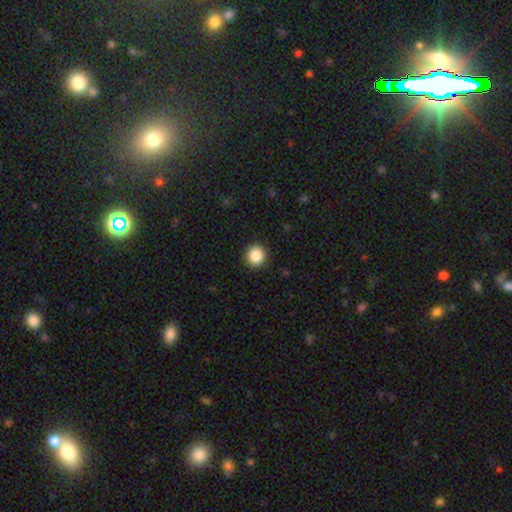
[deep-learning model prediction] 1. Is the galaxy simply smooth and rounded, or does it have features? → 87% smooth, 9% star or artifact, 4% featured or disk.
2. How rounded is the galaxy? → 93% round, 6% in between, 1% cigar-shaped.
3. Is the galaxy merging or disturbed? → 92% none, 5% minor disturbance, 2% major disturbance, 1% merger.